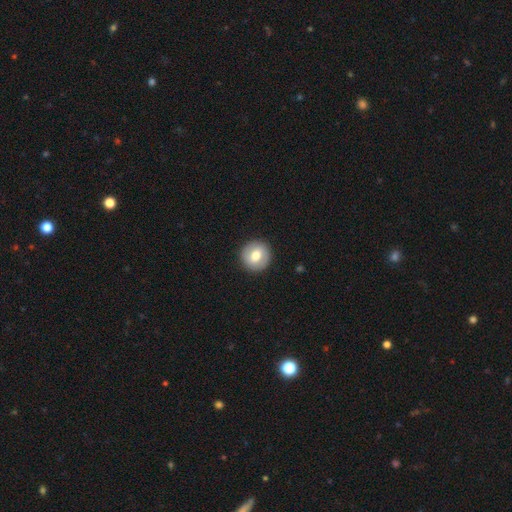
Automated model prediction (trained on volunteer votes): Morphology: type=smooth (70%); roundness=round (92%); merging=none (91%).